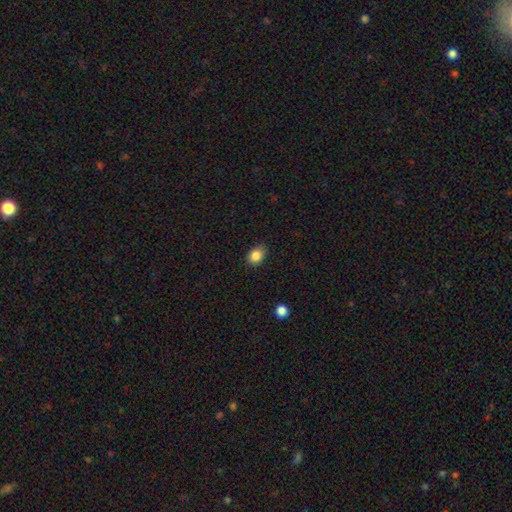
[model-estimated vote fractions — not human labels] A smooth galaxy with no disk features (86%) that is in between round and cigar-shaped (61%).

Vote fractions:
- Smooth or featured? smooth: 86% / star or artifact: 9% / featured or disk: 5%
- How rounded? in between: 61% / round: 38% / cigar-shaped: 1%
- Merging? none: 84% / minor disturbance: 12% / major disturbance: 2% / merger: 1%